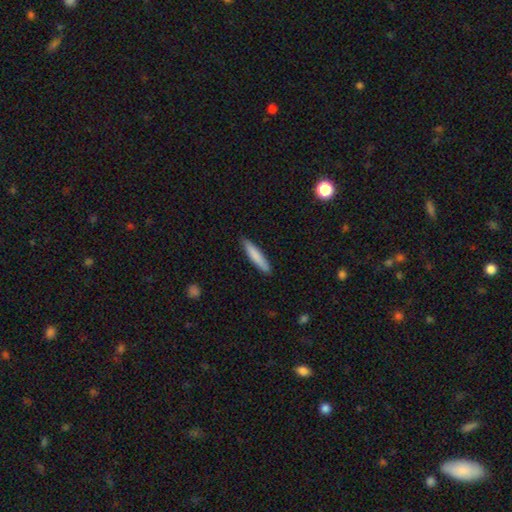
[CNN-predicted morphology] Smooth or featured? Predicted: smooth (p=0.82). How rounded? Predicted: cigar-shaped (p=0.88). Merging? Predicted: none (p=0.87).